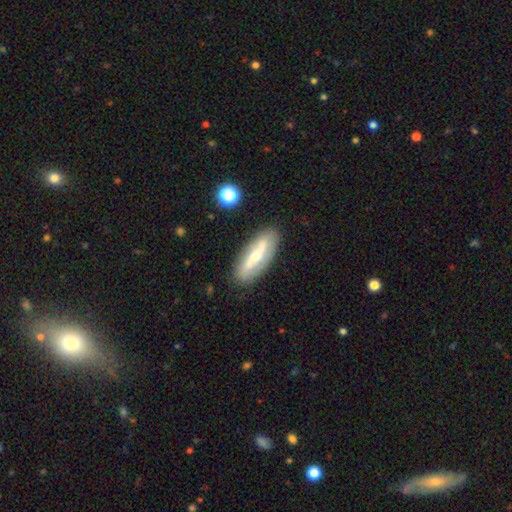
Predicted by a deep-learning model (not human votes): A featured or disk galaxy (64%). Merging: none (86%).